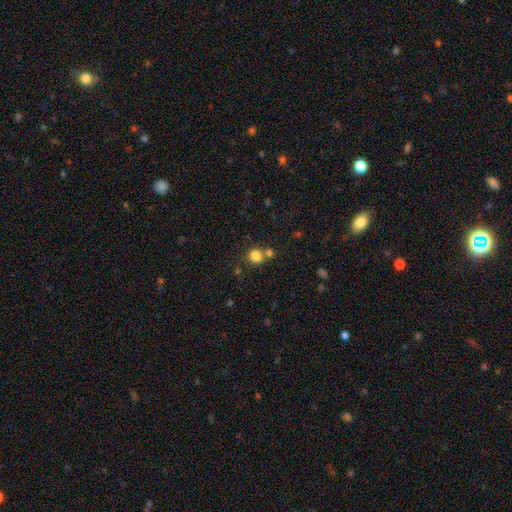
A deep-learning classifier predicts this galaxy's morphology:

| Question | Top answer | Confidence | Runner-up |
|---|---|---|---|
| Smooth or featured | smooth | 83% | star or artifact (12%) |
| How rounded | round | 85% | in between (14%) |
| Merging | none | 66% | merger (22%) |